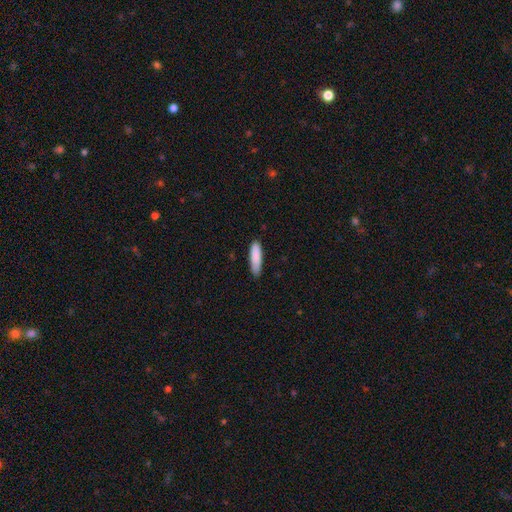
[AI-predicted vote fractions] Smooth or featured: smooth — 88% (featured or disk — 7%)
How rounded: cigar-shaped — 67% (in between — 32%)
Merging: none — 81% (minor disturbance — 15%)